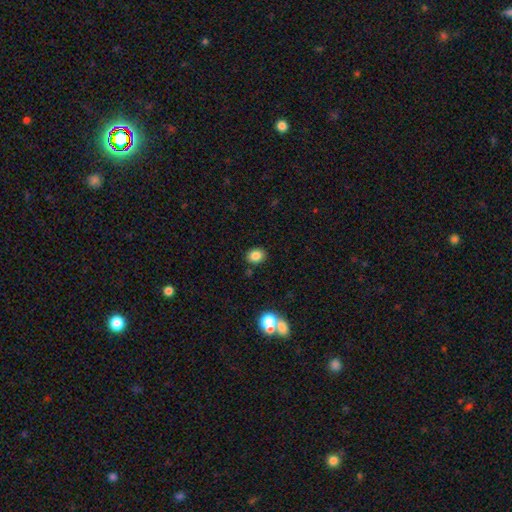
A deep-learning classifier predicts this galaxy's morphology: smooth-or-featured: smooth: 83% | star or artifact: 11% | featured or disk: 6%
  how-rounded: round: 51% | in between: 49% | cigar-shaped: 1%
  merging: none: 86% | minor disturbance: 8% | merger: 4% | major disturbance: 2%